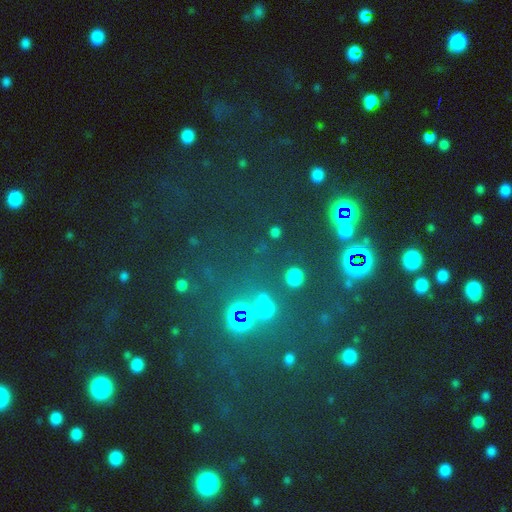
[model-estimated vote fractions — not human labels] smooth-or-featured: star or artifact: 64% | smooth: 25% | featured or disk: 11%